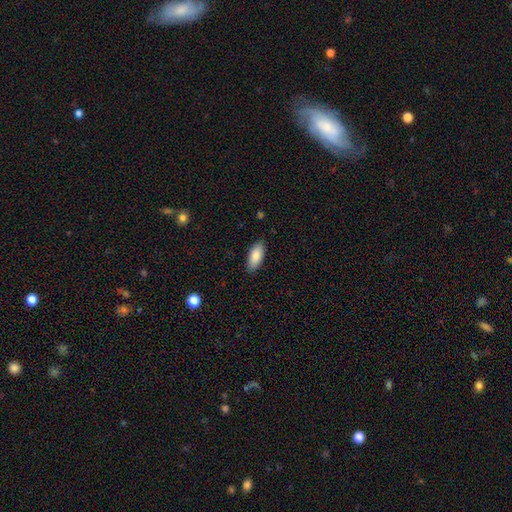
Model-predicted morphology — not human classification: smooth 86%, featured or disk 8%, star or artifact 6%. Down the decision tree: how rounded — in between (85%); merging — none (87%).